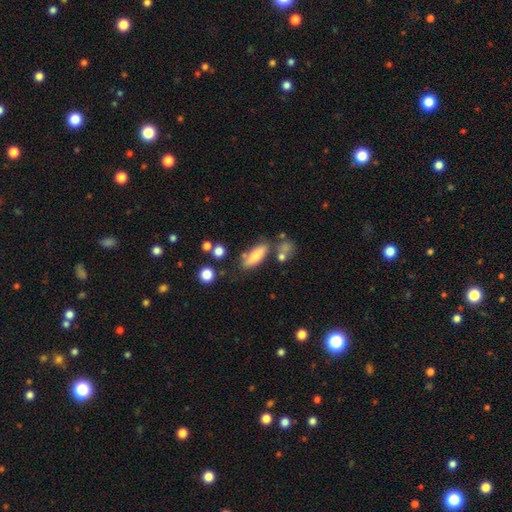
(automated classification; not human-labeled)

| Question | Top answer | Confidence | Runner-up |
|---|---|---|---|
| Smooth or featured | smooth | 68% | featured or disk (25%) |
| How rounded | in between | 58% | cigar-shaped (39%) |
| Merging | none | 67% | minor disturbance (16%) |